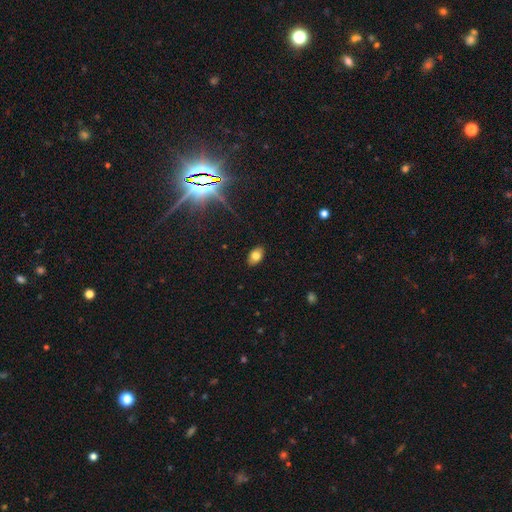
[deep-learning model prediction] Smooth or featured? smooth (76%)
How rounded? in between (89%)
Merging? none (88%)